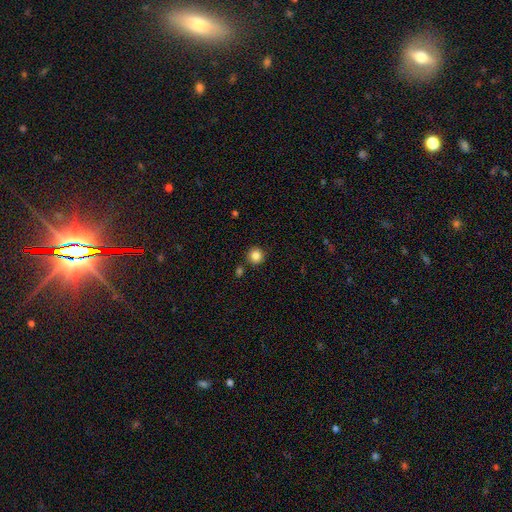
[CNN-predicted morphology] Smooth or featured?
  - smooth: 85% *
  - star or artifact: 10%
  - featured or disk: 5%
How rounded?
  - round: 94% *
  - in between: 5%
  - cigar-shaped: 1%
Merging?
  - none: 87% *
  - minor disturbance: 7%
  - merger: 4%
  - major disturbance: 2%